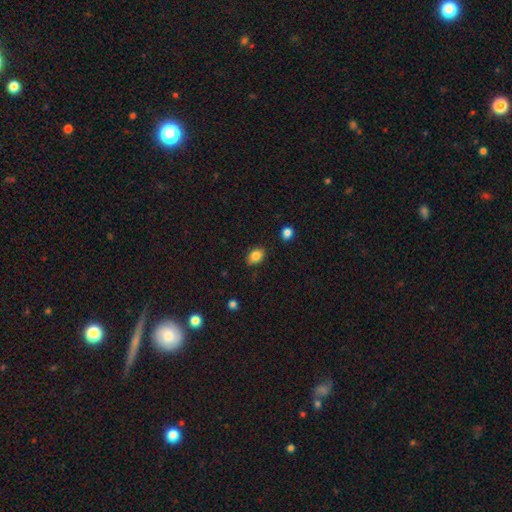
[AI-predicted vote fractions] smooth_or_featured: smooth (p=0.85) [alt: star or artifact p=0.09]
how_rounded: in between (p=0.79) [alt: round p=0.19]
merging: none (p=0.83) [alt: minor disturbance p=0.13]